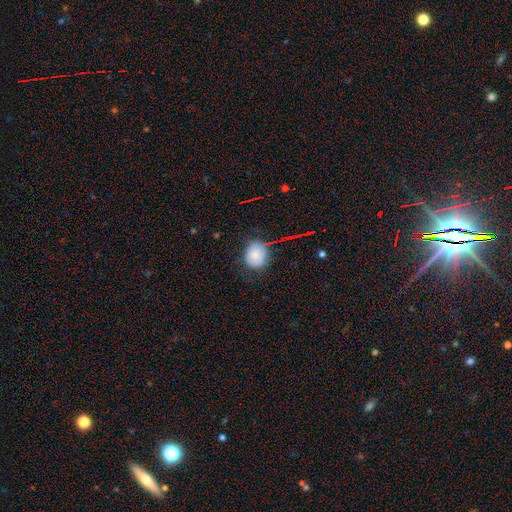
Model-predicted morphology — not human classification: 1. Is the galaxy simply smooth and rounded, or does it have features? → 80% smooth, 10% featured or disk, 10% star or artifact.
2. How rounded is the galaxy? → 63% round, 35% in between, 1% cigar-shaped.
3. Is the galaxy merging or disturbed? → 66% none, 25% minor disturbance, 7% major disturbance, 3% merger.